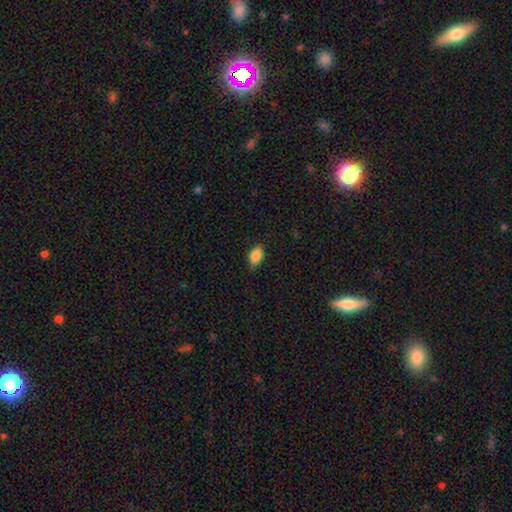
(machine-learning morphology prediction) This is clearly a smooth galaxy (86%). How rounded: clearly in between (88%). Merging: clearly none (81%).